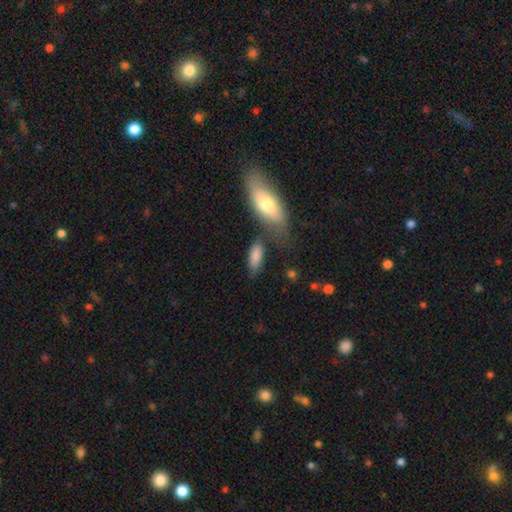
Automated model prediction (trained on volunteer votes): The model was most divided on "merging": none: 60%, minor disturbance: 18%, merger: 15%, major disturbance: 7%. More confident: smooth or featured — smooth (83%); how rounded — in between (78%).